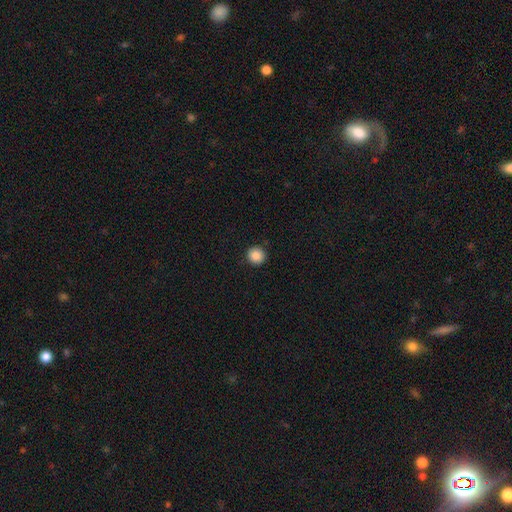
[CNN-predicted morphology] Smooth or featured? smooth (86%)
How rounded? round (94%)
Merging? none (92%)